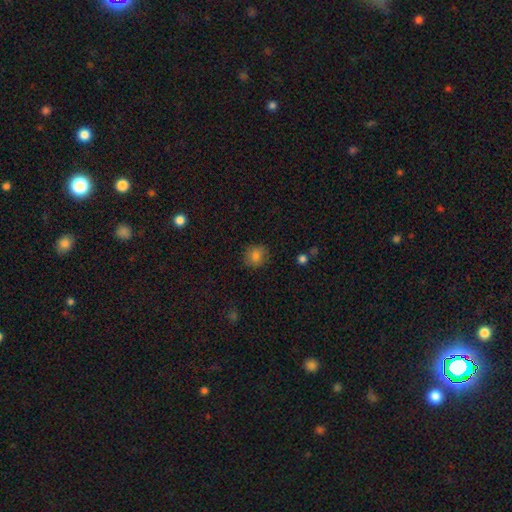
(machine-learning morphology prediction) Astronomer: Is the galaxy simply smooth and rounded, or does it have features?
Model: smooth — 82%.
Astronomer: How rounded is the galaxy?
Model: round — 83%.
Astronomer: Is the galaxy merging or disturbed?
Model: none — 84%.